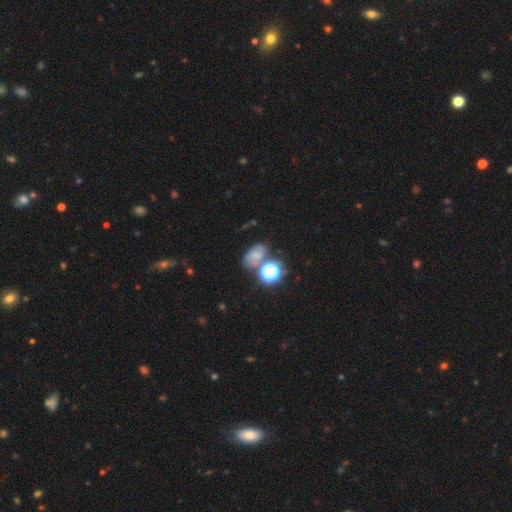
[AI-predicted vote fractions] smooth_or_featured: smooth (p=0.59) [alt: star or artifact p=0.26]
how_rounded: in between (p=0.69) [alt: round p=0.30]
merging: none (p=0.52) [alt: merger p=0.22]